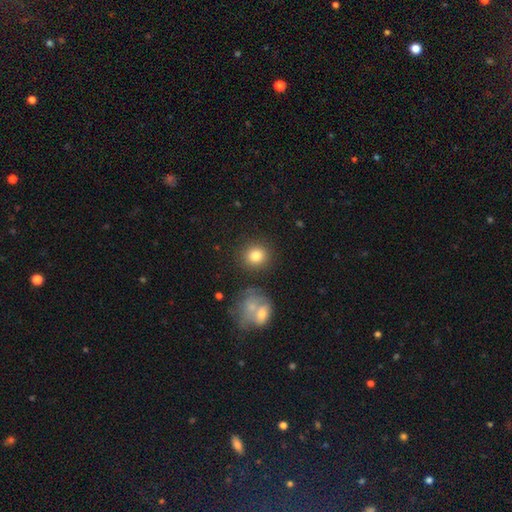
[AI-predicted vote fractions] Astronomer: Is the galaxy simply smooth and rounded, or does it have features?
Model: smooth — 82%.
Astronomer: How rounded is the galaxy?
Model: round — 87%.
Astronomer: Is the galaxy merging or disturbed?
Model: none — 85%.